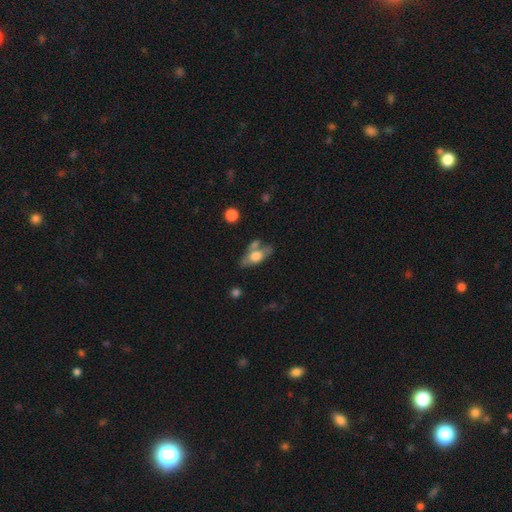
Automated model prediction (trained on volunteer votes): Smooth or featured? smooth (56%)
How rounded? in between (76%)
Merging? none (51%)